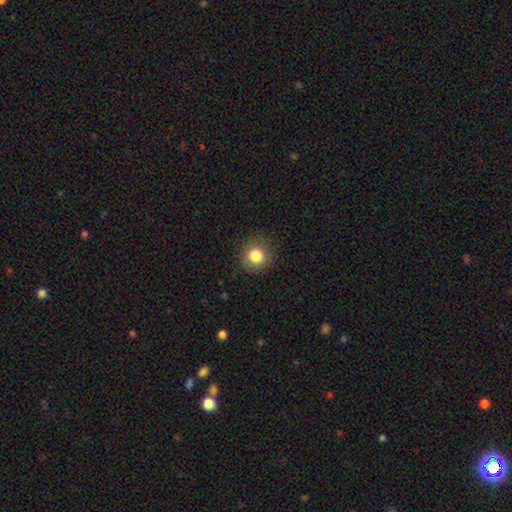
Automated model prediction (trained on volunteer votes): This appears to be a smooth galaxy with no disk features (83%) that is round (89%). Merging: none (85%).